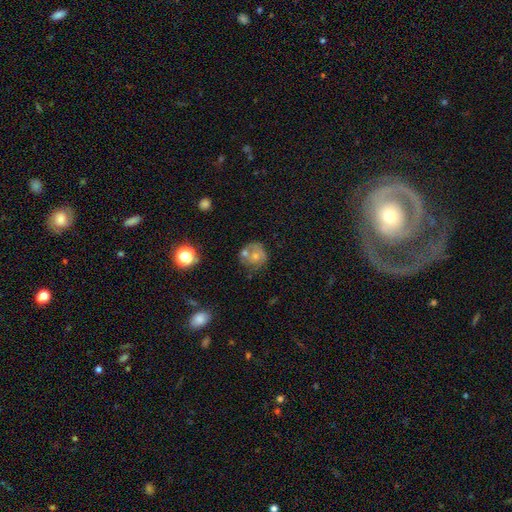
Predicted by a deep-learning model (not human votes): Smooth or featured: featured or disk — 50% (smooth — 40%)
Edge-on disk: no — 98% (yes — 2%)
Merging: none — 44% (merger — 25%)